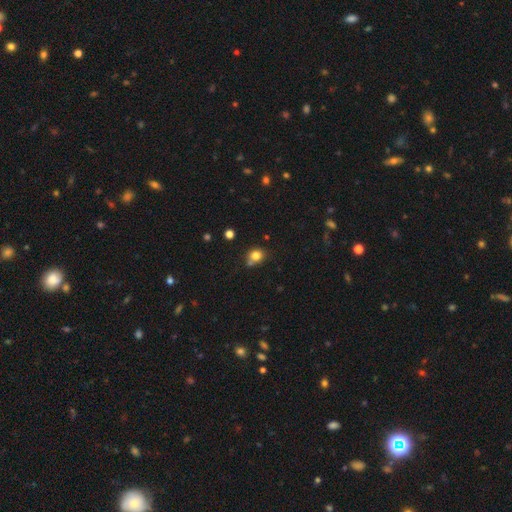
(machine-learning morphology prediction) Overall: smooth (79%). How rounded: round (73%). Merging: none (60%).